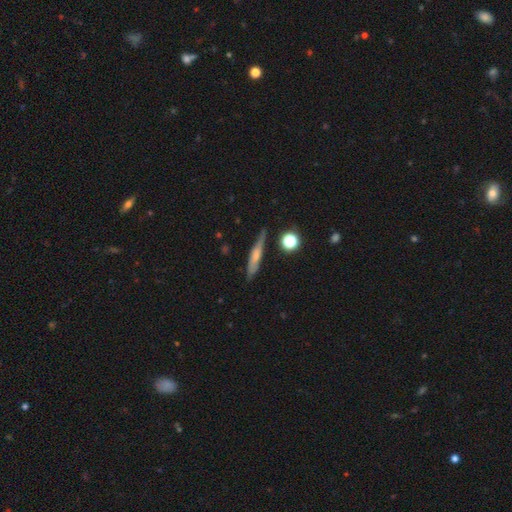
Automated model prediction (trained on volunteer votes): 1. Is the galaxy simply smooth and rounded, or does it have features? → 52% smooth, 39% featured or disk, 9% star or artifact.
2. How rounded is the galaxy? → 83% cigar-shaped, 12% in between, 4% round.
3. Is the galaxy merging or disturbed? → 73% none, 20% minor disturbance, 5% major disturbance, 3% merger.